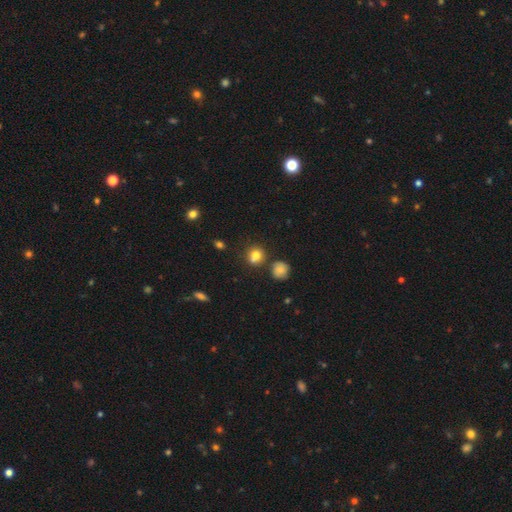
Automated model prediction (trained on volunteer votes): Smooth or featured? Predicted: smooth (p=0.79). How rounded? Predicted: round (p=0.75). Merging? Predicted: none (p=0.68).